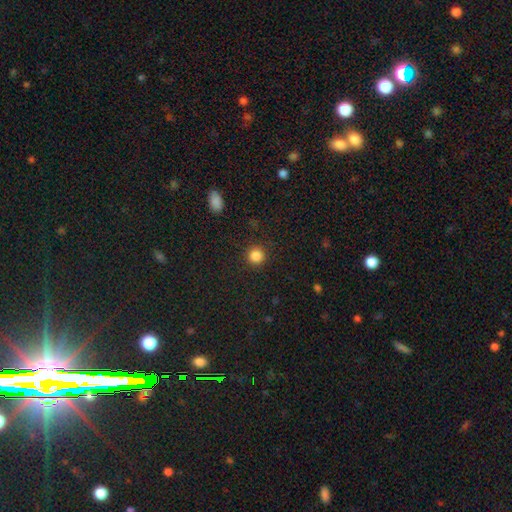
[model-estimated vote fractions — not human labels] This is clearly a smooth galaxy (85%). How rounded: clearly round (93%). Merging: clearly none (90%).